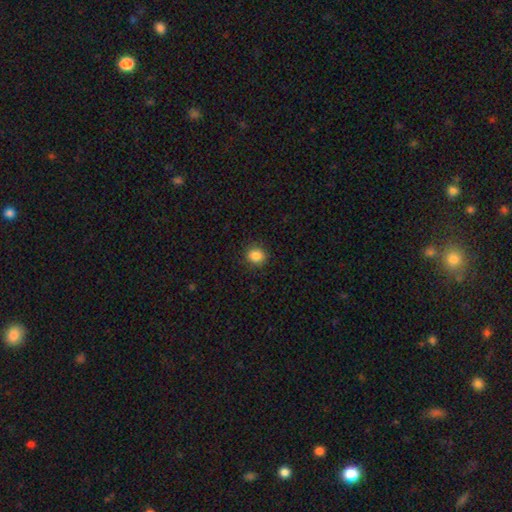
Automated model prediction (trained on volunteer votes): Overall: smooth (86%). How rounded: round (79%). Merging: none (89%).